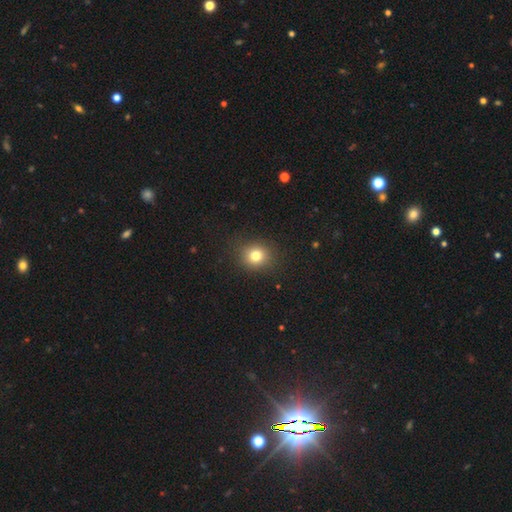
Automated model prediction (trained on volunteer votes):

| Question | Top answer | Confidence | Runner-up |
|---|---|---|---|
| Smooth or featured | smooth | 79% | star or artifact (14%) |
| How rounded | round | 83% | in between (17%) |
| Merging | none | 89% | minor disturbance (8%) |